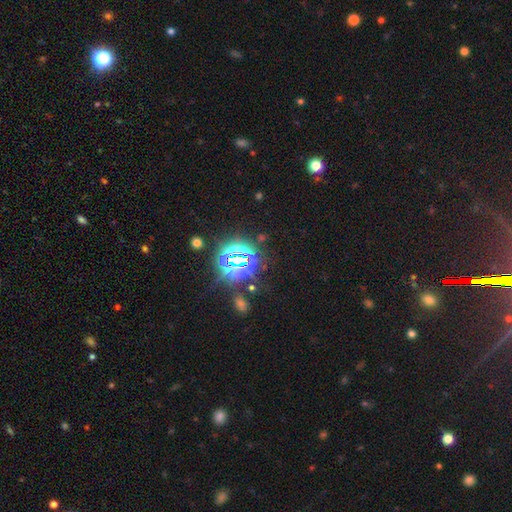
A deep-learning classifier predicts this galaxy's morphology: This appears to be a star or artifact, not a galaxy (81%).